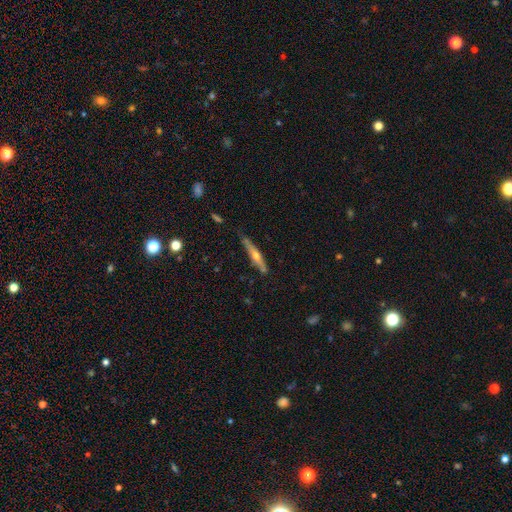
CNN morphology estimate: This appears to be a featured or disk galaxy (60%) viewed edge-on (94%) with a rounded central bulge (87%). Merging: none (76%).